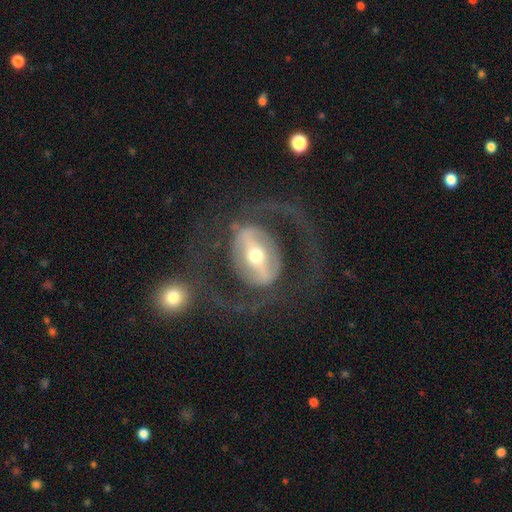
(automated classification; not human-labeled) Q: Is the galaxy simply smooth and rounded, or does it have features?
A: featured or disk — 81%.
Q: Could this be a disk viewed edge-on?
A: no — 93%.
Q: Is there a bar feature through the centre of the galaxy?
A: strong — 70%.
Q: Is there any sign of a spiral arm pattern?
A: yes — 56%.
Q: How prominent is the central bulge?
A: moderate — 63%.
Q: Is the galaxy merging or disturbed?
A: none — 63%.